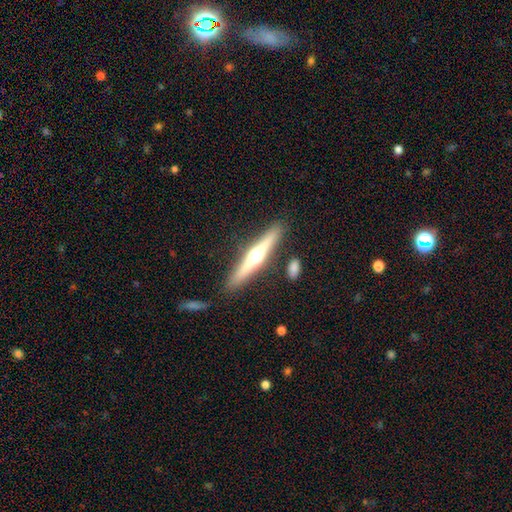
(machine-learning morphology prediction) This appears to be a featured or disk galaxy (66%) viewed edge-on (97%) with a rounded central bulge (91%). Merging: none (85%).